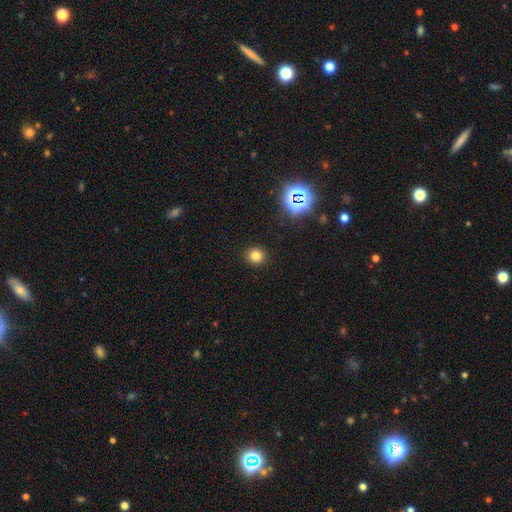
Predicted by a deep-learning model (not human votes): The model was most divided on "smooth or featured": smooth: 77%, star or artifact: 17%, featured or disk: 6%. More confident: merging — none (91%); how rounded — round (86%).